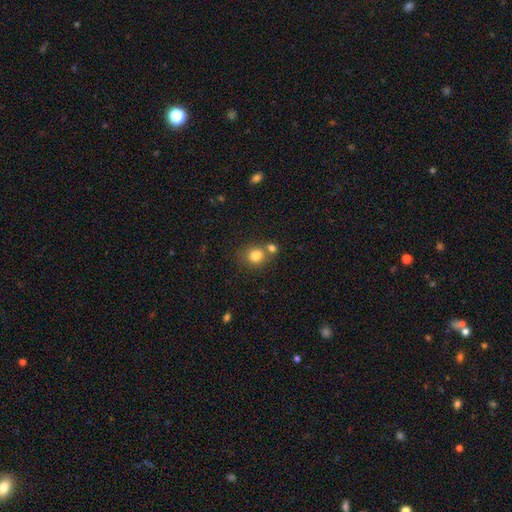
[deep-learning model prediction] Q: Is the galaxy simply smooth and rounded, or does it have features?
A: smooth — 81%.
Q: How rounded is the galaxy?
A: round — 70%.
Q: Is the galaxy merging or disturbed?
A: none — 51%.